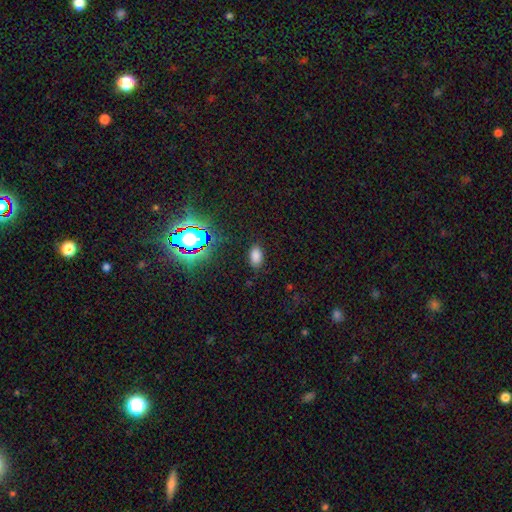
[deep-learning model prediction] Smooth or featured?
  - smooth: 76% *
  - star or artifact: 18%
  - featured or disk: 6%
How rounded?
  - in between: 91% *
  - round: 7%
  - cigar-shaped: 2%
Merging?
  - none: 85% *
  - minor disturbance: 10%
  - major disturbance: 3%
  - merger: 1%